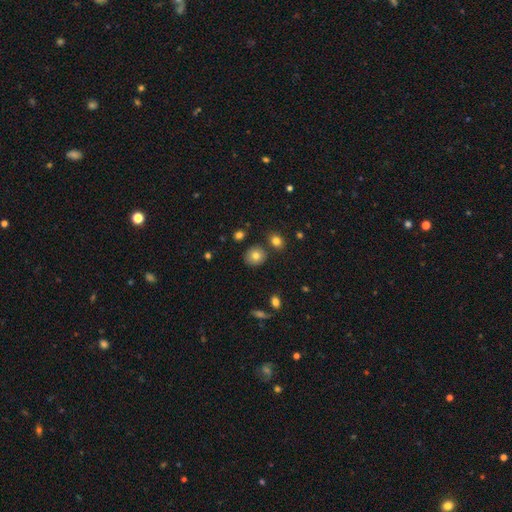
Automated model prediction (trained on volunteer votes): A smooth galaxy with no disk features (79%) that is round (82%). Merging: none (83%).